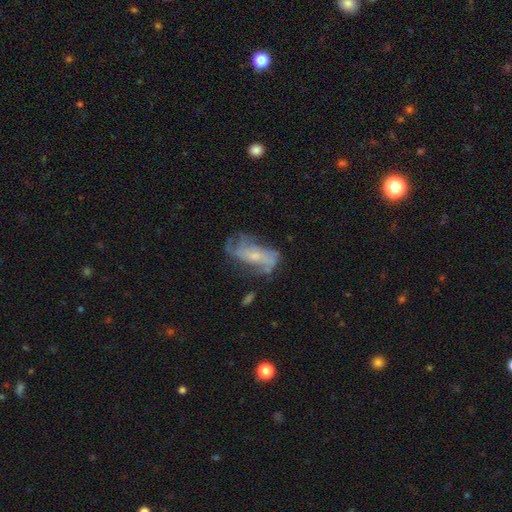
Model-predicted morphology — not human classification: A featured or disk galaxy (73%) with no bar (64%), 2 (34%) medium (39%) spiral arms (84%) and a small central bulge (74%).

Vote fractions:
- Smooth or featured? featured or disk: 73% / smooth: 18% / star or artifact: 9%
- Edge-on disk? no: 94% / yes: 6%
- Bar? no: 64% / weak: 27% / strong: 9%
- Spiral arms? yes: 84% / no: 16%
- Spiral winding? medium: 39% / loose: 38% / tight: 24%
- Spiral arm count? 2: 34% / can't tell: 30% / 3: 18% / 4: 8% / 1: 5% / more than 4: 4%
- Bulge size? small: 74% / moderate: 20% / none: 4% / large: 1% / dominant: 1%
- Merging? none: 47% / minor disturbance: 25% / major disturbance: 24% / merger: 4%